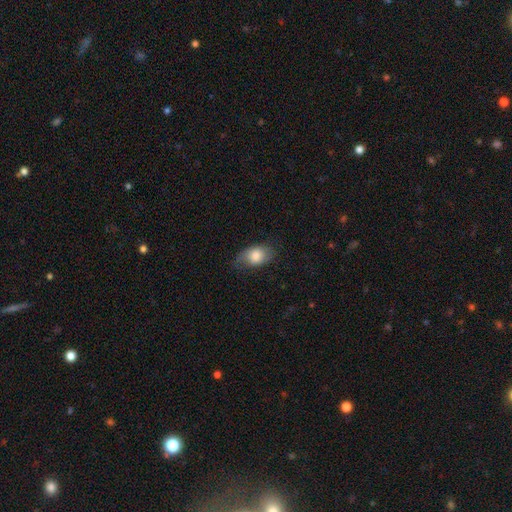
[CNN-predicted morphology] Smooth or featured?
  - smooth: 79% *
  - featured or disk: 14%
  - star or artifact: 7%
How rounded?
  - in between: 86% *
  - round: 12%
  - cigar-shaped: 2%
Merging?
  - none: 62% *
  - minor disturbance: 27%
  - major disturbance: 9%
  - merger: 1%